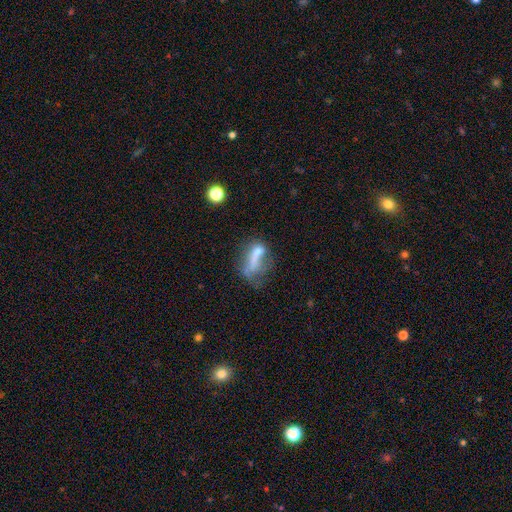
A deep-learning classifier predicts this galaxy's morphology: The model was most divided on "merging": major disturbance: 39%, none: 24%, minor disturbance: 19%, merger: 18%. More confident: how rounded — in between (65%); smooth or featured — smooth (51%).